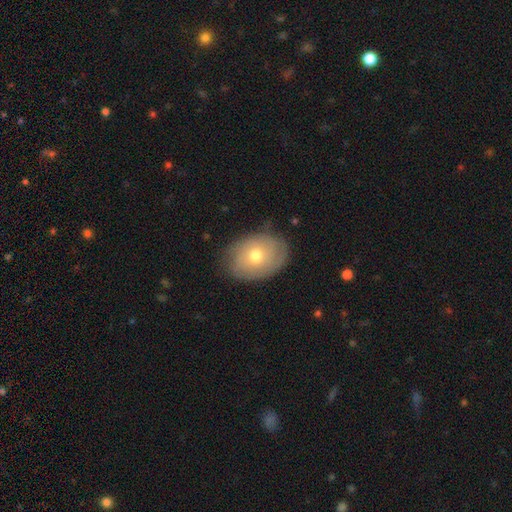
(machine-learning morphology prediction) smooth-or-featured: smooth: 51% | featured or disk: 41% | star or artifact: 8%
  how-rounded: in between: 74% | round: 25% | cigar-shaped: 1%
  merging: none: 77% | minor disturbance: 18% | major disturbance: 4% | merger: 1%